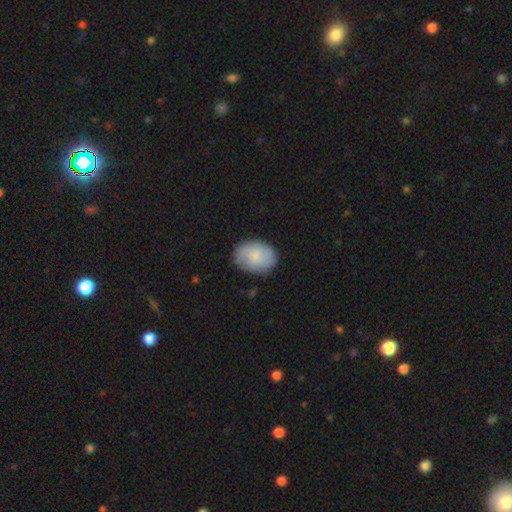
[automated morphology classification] Smooth or featured? smooth (68%)
How rounded? in between (73%)
Merging? none (81%)